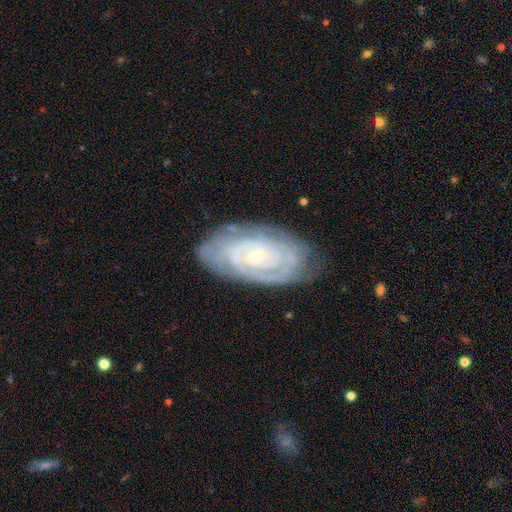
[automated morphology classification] Overall: featured or disk (86%). Edge-on disk: no (95%). Bar: no (73%). Spiral arms: yes (95%). Spiral arm count: can't tell (35%; 2 29%). Spiral winding: tight (80%). Bulge size: small (79%). Merging: none (76%).